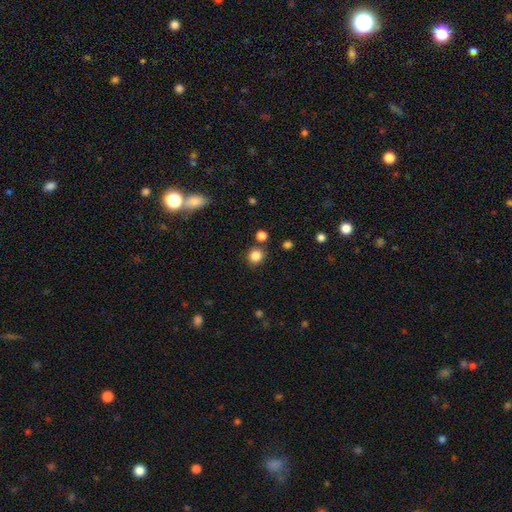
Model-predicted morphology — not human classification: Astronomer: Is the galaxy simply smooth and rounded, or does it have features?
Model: smooth — 85%.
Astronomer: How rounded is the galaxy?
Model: round — 88%.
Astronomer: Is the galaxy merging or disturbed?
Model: none — 82%.